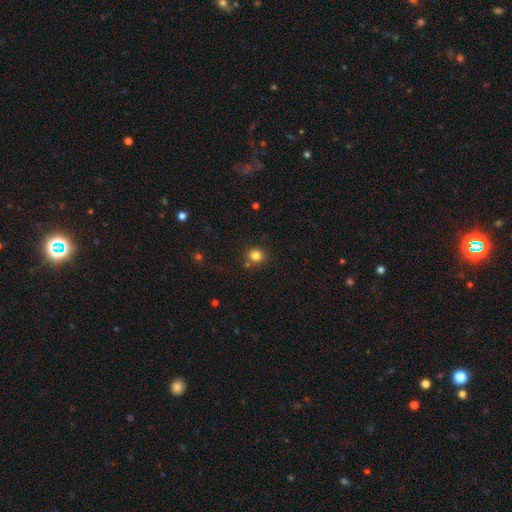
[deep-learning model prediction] Smooth or featured? Predicted: smooth (p=0.81). How rounded? Predicted: round (p=0.87). Merging? Predicted: none (p=0.78).